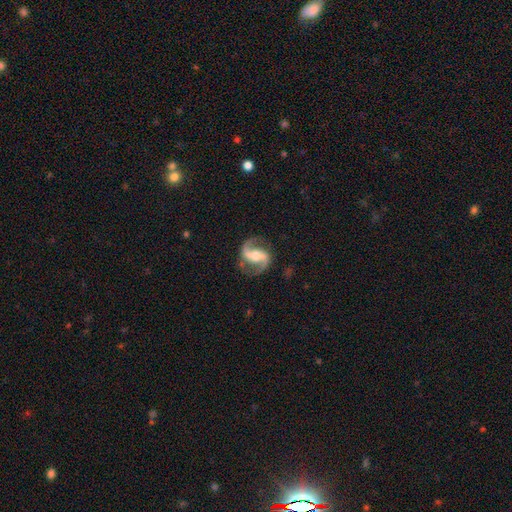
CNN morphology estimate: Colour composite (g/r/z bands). It shows a featured or disk galaxy (92%) with a strong bar (38%, tied with weak), 2 (94%) medium (53%) spiral arms (98%) and a moderate central bulge (57%). Merging: none (82%).